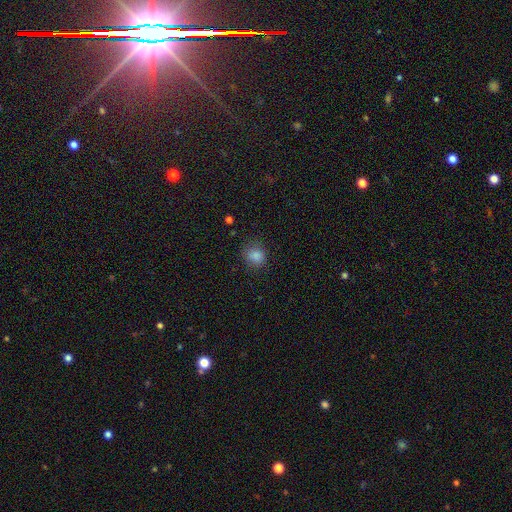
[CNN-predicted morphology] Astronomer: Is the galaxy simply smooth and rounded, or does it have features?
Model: smooth — 83%.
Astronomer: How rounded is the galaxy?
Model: round — 69%.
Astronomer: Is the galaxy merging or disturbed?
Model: none — 76%.